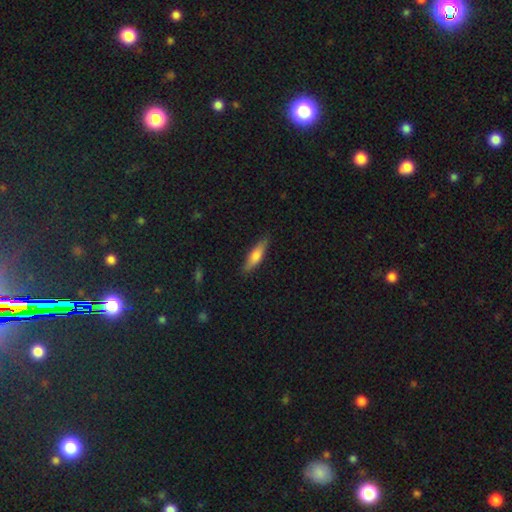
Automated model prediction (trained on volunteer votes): A smooth galaxy with no disk features (66%) that is cigar-shaped (68%).

Vote fractions:
- Smooth or featured? smooth: 66% / featured or disk: 28% / star or artifact: 6%
- How rounded? cigar-shaped: 68% / in between: 30% / round: 2%
- Merging? none: 86% / minor disturbance: 11% / major disturbance: 2% / merger: 1%